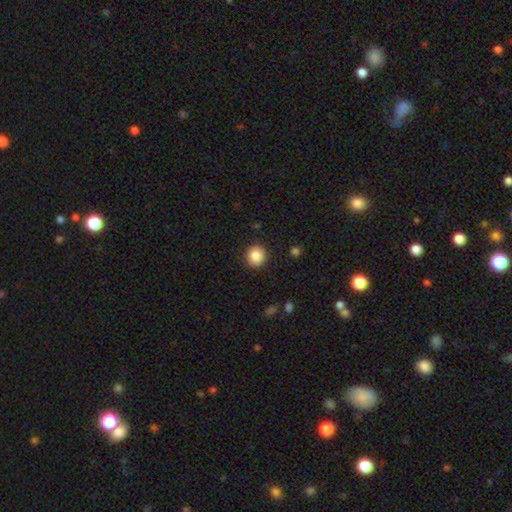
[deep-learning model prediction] Smooth or featured?
  - smooth: 86% *
  - star or artifact: 9%
  - featured or disk: 5%
How rounded?
  - round: 92% *
  - in between: 7%
  - cigar-shaped: 1%
Merging?
  - none: 91% *
  - minor disturbance: 6%
  - major disturbance: 2%
  - merger: 1%